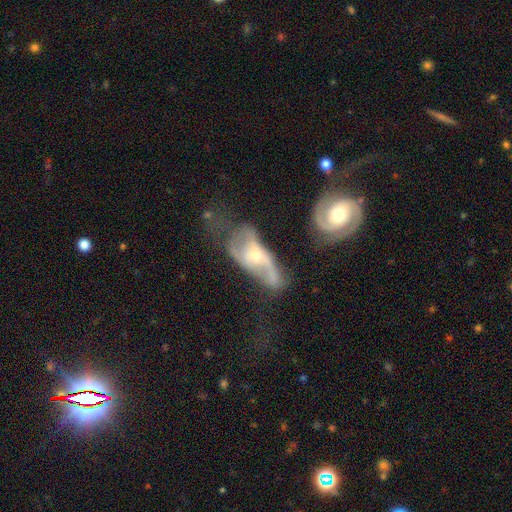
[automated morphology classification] Smooth or featured? featured or disk (71%)
Edge-on disk? no (91%)
Bar? no (65%)
Spiral arms? yes (76%)
Bulge size? small (48%)
Merging? major disturbance (35%)